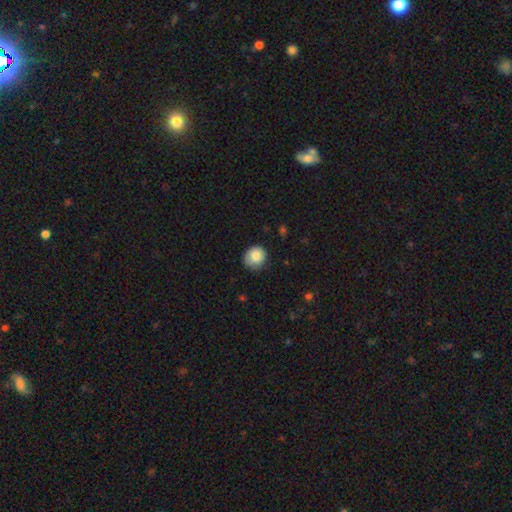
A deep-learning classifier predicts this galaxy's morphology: A smooth galaxy with no disk features (85%) that is round (84%).

Vote fractions:
- Smooth or featured? smooth: 85% / star or artifact: 8% / featured or disk: 7%
- How rounded? round: 84% / in between: 15% / cigar-shaped: 1%
- Merging? none: 75% / minor disturbance: 20% / major disturbance: 3% / merger: 1%